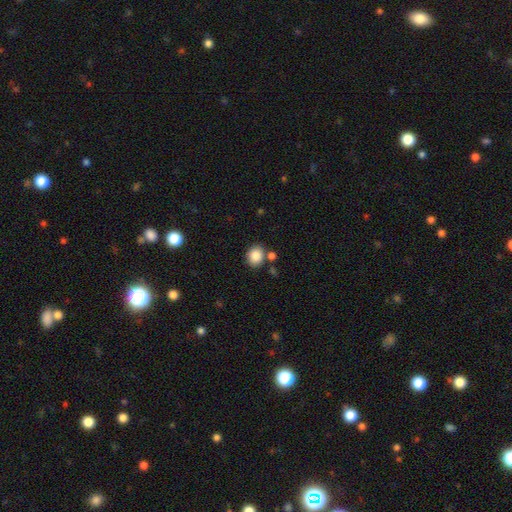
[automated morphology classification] A smooth galaxy with no disk features (85%) that is round (60%). Merging: none (75%).